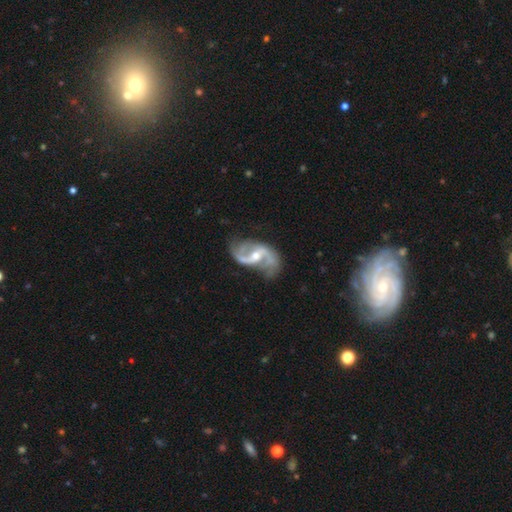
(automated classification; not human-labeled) Smooth or featured: featured or disk — 91% (star or artifact — 5%)
Edge-on disk: no — 97% (yes — 3%)
Bar: weak — 45% (strong — 32%)
Spiral arms: yes — 97% (no — 3%)
Spiral winding: loose — 62% (medium — 31%)
Spiral arm count: 2 — 93% (can't tell — 2%)
Bulge size: moderate — 56% (small — 40%)
Merging: none — 70% (minor disturbance — 19%)